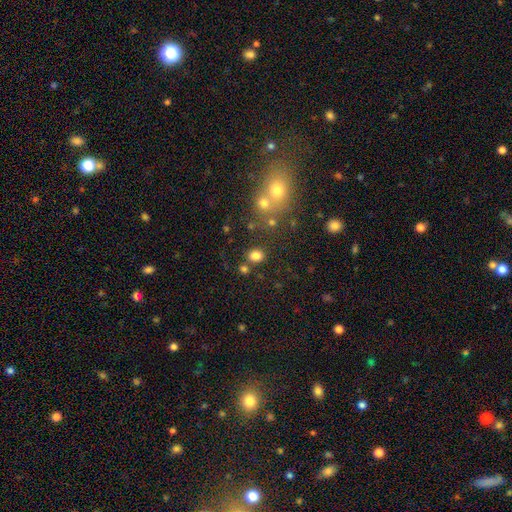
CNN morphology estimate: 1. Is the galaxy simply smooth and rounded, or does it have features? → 80% smooth, 14% star or artifact, 6% featured or disk.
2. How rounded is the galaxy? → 59% round, 40% in between, 1% cigar-shaped.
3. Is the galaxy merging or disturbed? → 76% none, 11% merger, 10% minor disturbance, 4% major disturbance.